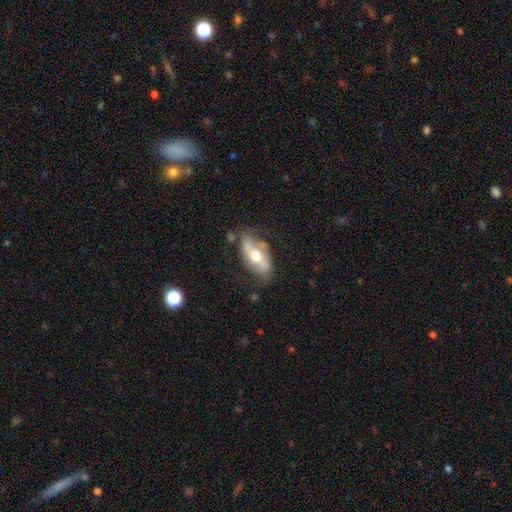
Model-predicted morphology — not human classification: The model was most divided on "smooth or featured": featured or disk: 56%, smooth: 37%, star or artifact: 6%. More confident: edge-on disk — no (80%); merging — none (63%).